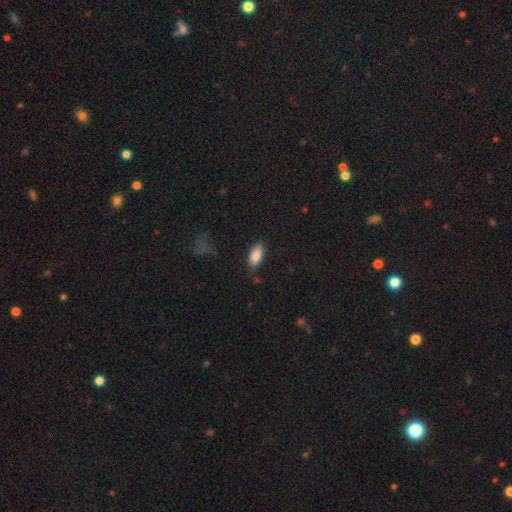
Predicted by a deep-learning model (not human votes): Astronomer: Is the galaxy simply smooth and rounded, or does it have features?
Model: smooth — 85%.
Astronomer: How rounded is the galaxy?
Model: in between — 87%.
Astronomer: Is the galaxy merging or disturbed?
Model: none — 78%.